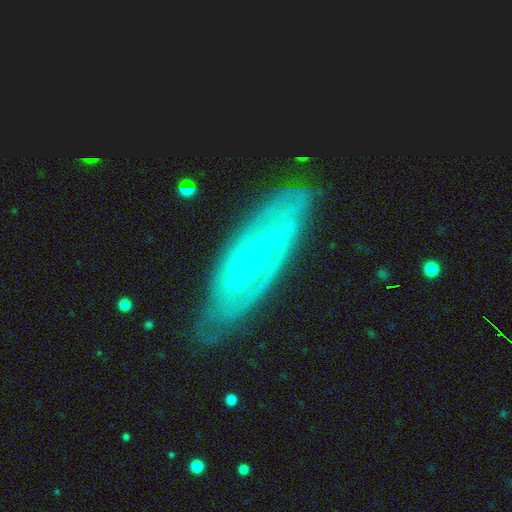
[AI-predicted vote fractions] Q: Smooth or featured?
A: featured or disk (80%); runner-up: smooth (13%)
Q: Edge-on disk?
A: no (87%); runner-up: yes (13%)
Q: Bar?
A: no (48%); runner-up: weak (39%)
Q: Spiral arms?
A: yes (88%); runner-up: no (12%)
Q: Spiral winding?
A: tight (67%); runner-up: medium (25%)
Q: Spiral arm count?
A: can't tell (51%); runner-up: 2 (26%)
Q: Bulge size?
A: small (84%); runner-up: moderate (11%)
Q: Merging?
A: none (74%); runner-up: minor disturbance (19%)